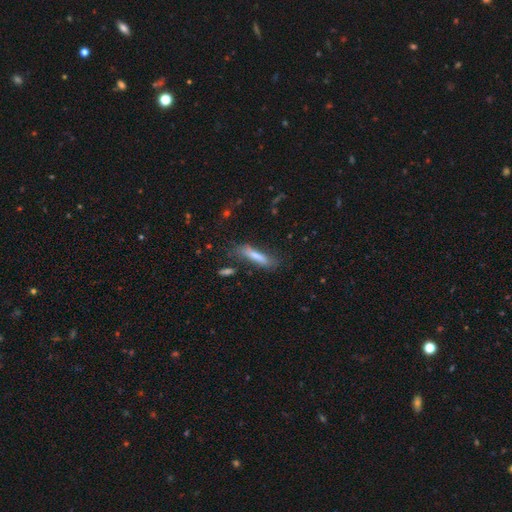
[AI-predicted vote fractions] A smooth galaxy with no disk features (63%) that is cigar-shaped (82%). Merging: none (70%).